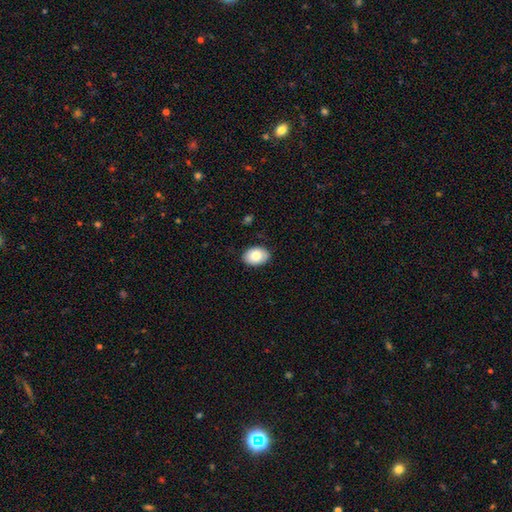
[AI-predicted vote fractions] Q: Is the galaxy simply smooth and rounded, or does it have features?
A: smooth — 82%.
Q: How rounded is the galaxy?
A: in between — 84%.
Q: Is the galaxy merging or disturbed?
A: none — 87%.